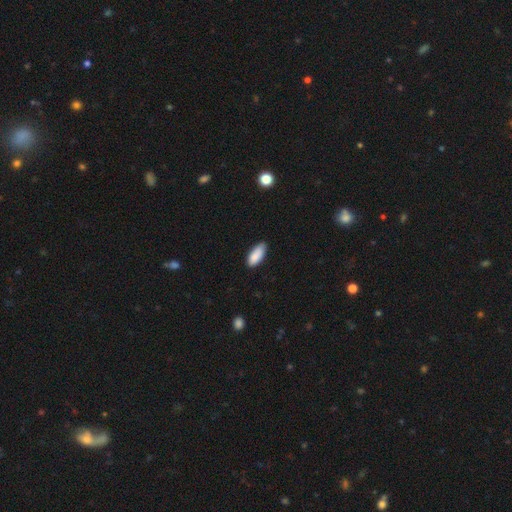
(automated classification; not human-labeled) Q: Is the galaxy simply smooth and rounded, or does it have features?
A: smooth — 88%.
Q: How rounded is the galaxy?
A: in between — 85%.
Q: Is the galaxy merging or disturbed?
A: none — 74%.